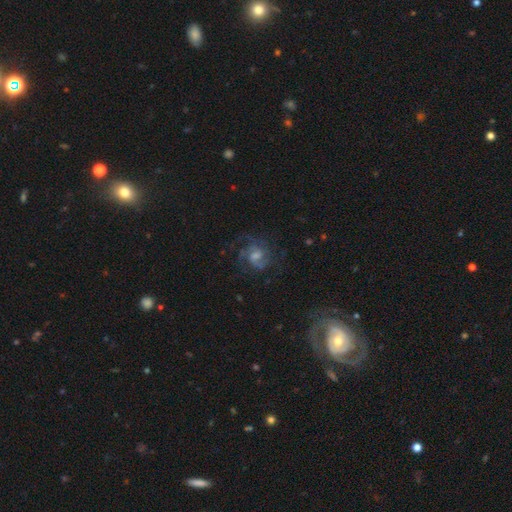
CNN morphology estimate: A featured or disk galaxy (76%) with a weak bar (52%), 2 (41%) medium (50%) spiral arms (95%) and a moderate central bulge (44%). Merging: none (70%).